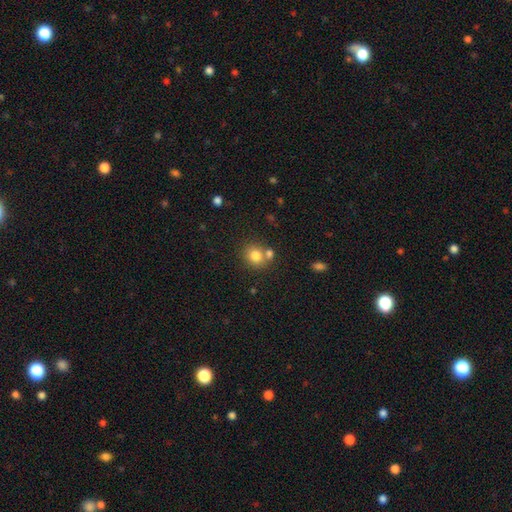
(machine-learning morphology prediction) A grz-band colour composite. It shows a smooth galaxy with no disk features (80%) that is round (76%). Merging: none (60%).